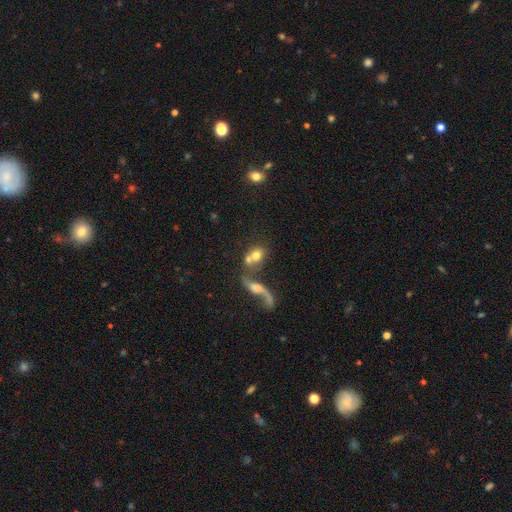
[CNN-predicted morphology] A smooth galaxy with no disk features (63%) that is round (58%).

Vote fractions:
- Smooth or featured? smooth: 63% / featured or disk: 26% / star or artifact: 10%
- How rounded? round: 58% / in between: 38% / cigar-shaped: 4%
- Merging? merger: 48% / none: 34% / minor disturbance: 10% / major disturbance: 8%